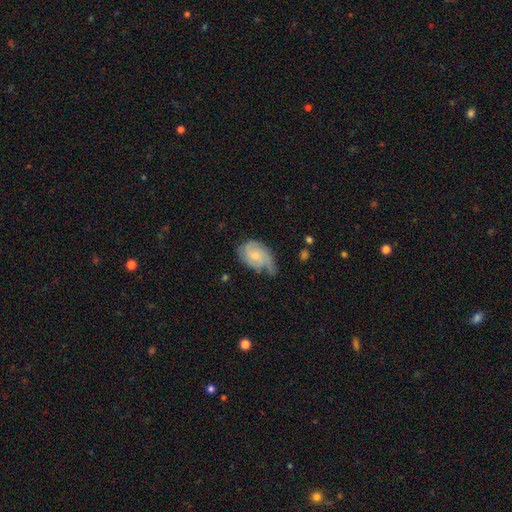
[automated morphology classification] This appears to be a featured or disk galaxy (61%) with no bar (68%), 2 (36%) medium (39%) spiral arms (87%) and a small central bulge (53%). Merging: minor disturbance (39%).